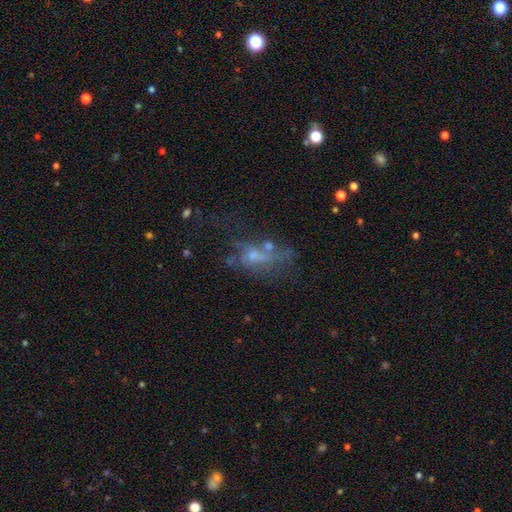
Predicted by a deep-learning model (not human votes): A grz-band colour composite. It shows a featured or disk galaxy (48%). Merging: major disturbance (36%).